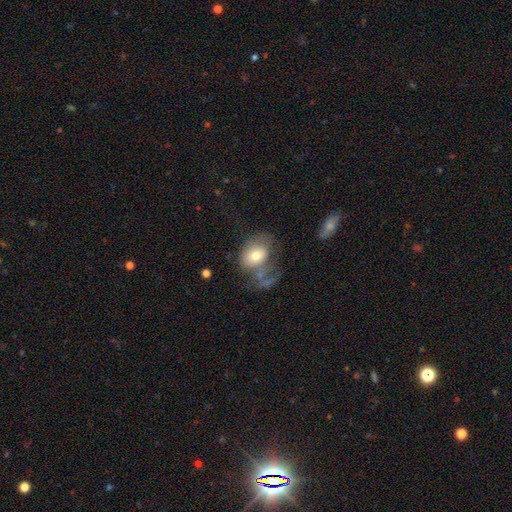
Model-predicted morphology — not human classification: Smooth or featured? Predicted: smooth (p=0.69). How rounded? Predicted: in between (p=0.68). Merging? Predicted: major disturbance (p=0.38).